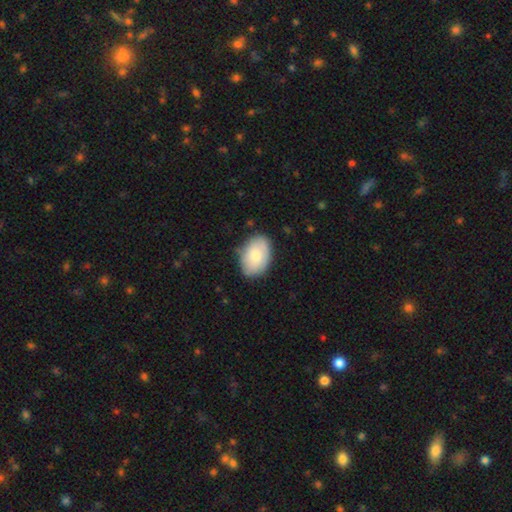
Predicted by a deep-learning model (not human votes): Morphology: type=smooth (75%); roundness=in between (86%); merging=none (79%).